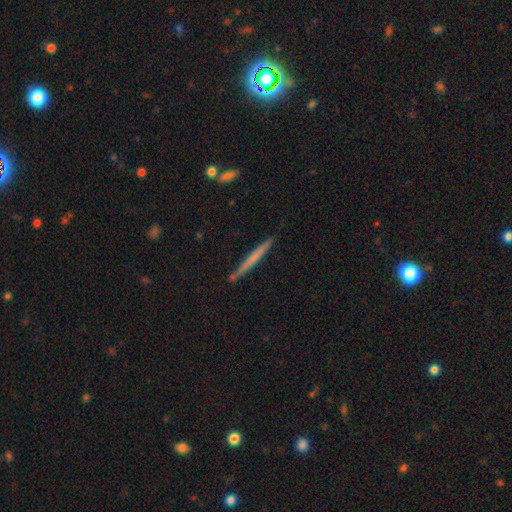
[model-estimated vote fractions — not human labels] A smooth galaxy with no disk features (56%) that is cigar-shaped (97%).

Vote fractions:
- Smooth or featured? smooth: 56% / featured or disk: 38% / star or artifact: 6%
- How rounded? cigar-shaped: 97% / in between: 2% / round: 1%
- Merging? none: 86% / minor disturbance: 10% / merger: 2% / major disturbance: 2%